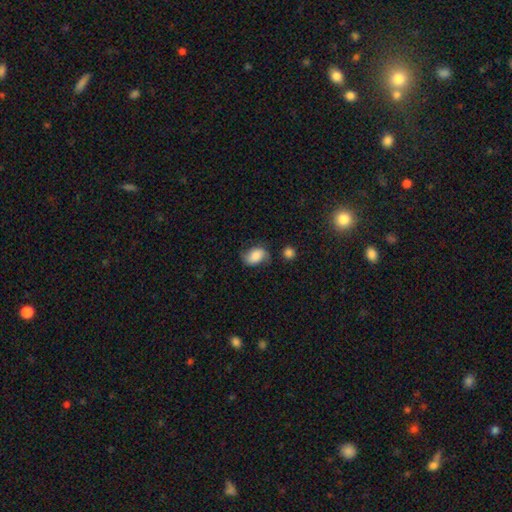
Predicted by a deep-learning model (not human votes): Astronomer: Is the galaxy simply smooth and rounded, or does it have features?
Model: smooth — 67%.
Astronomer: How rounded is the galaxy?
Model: in between — 80%.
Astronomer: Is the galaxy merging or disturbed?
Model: none — 59%.